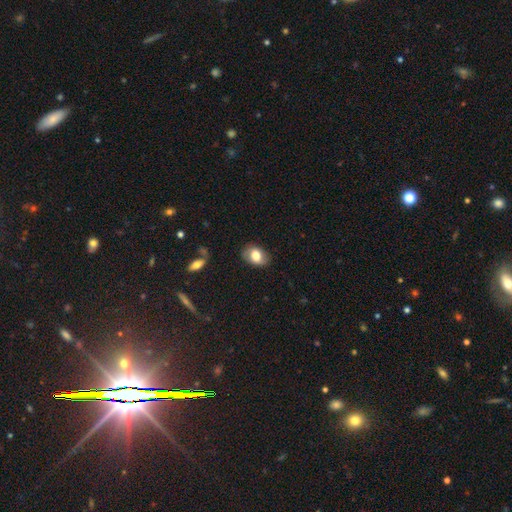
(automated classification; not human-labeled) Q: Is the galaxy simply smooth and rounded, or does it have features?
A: smooth — 74%.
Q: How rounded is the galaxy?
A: in between — 79%.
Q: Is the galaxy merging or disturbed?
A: none — 80%.